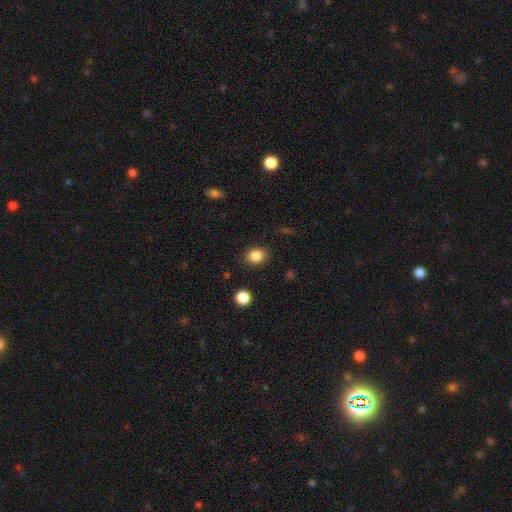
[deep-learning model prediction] This appears to be a smooth galaxy with no disk features (86%) that is round (53%). Merging: none (87%).